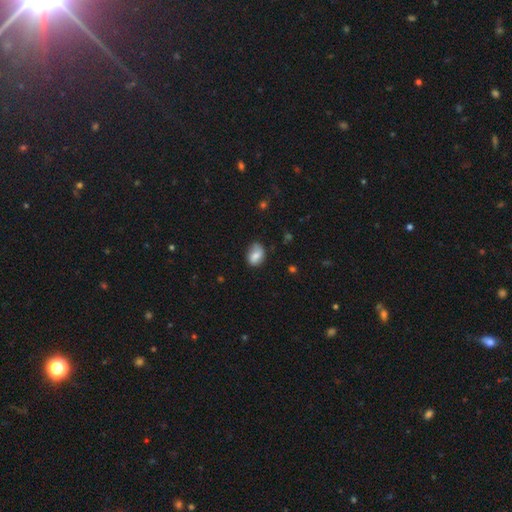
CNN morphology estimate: This appears to be a smooth galaxy with no disk features (75%) that is in between round and cigar-shaped (72%). Merging: none (64%).